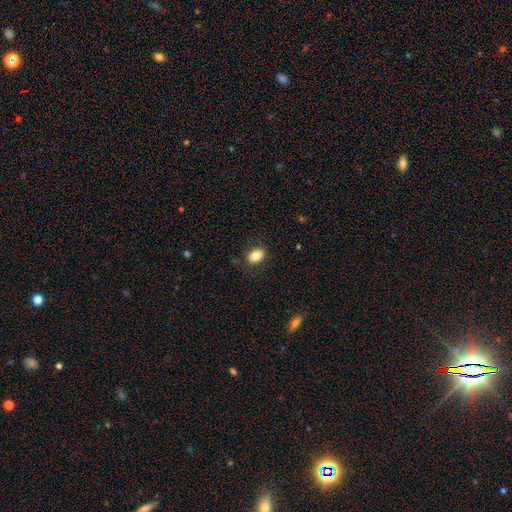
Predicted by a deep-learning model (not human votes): Smooth or featured? smooth (82%)
How rounded? in between (73%)
Merging? none (84%)